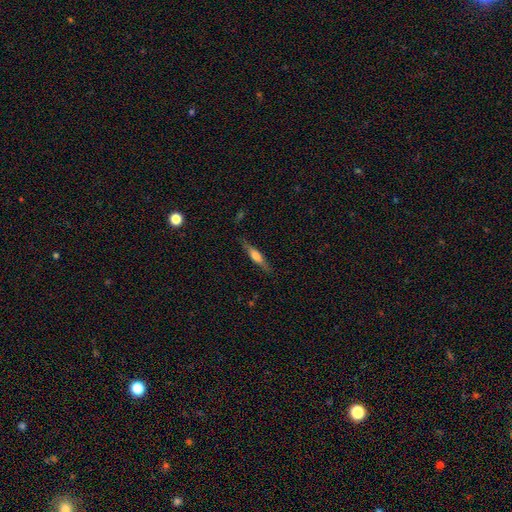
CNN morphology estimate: type=smooth (48%); merging=none (81%).